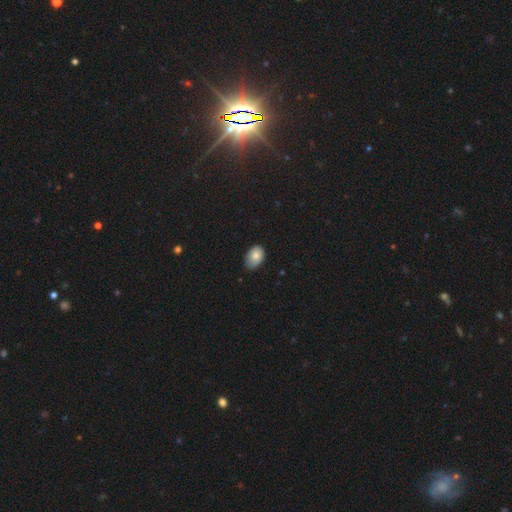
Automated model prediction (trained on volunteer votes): Smooth or featured: smooth — 82% (featured or disk — 11%)
How rounded: in between — 85% (round — 14%)
Merging: none — 66% (minor disturbance — 29%)